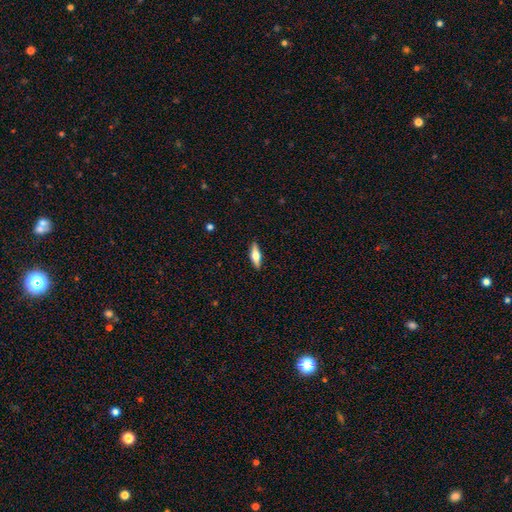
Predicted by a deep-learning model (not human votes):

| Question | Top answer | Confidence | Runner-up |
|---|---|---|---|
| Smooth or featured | smooth | 50% | featured or disk (43%) |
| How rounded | cigar-shaped | 49% | in between (48%) |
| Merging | none | 89% | minor disturbance (8%) |